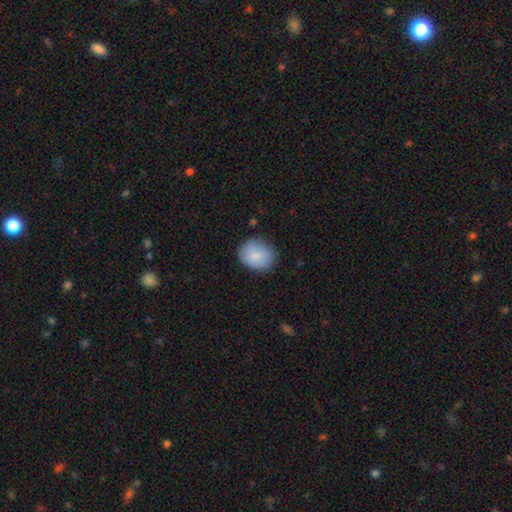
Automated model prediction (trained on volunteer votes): A smooth galaxy with no disk features (83%) that is in between round and cigar-shaped (52%). Merging: none (73%).